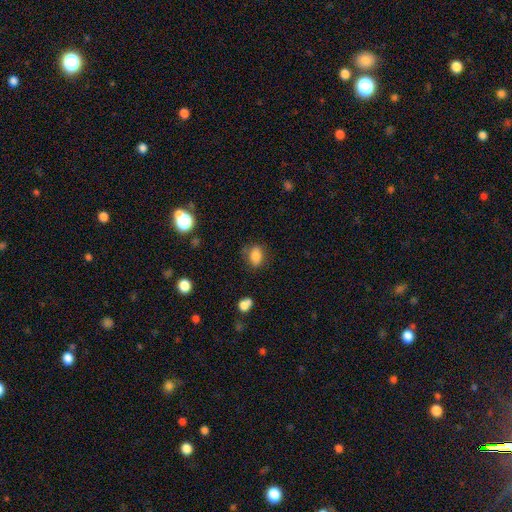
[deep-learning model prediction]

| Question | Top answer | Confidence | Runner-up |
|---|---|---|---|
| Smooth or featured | smooth | 83% | star or artifact (10%) |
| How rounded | in between | 79% | round (18%) |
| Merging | none | 74% | minor disturbance (18%) |